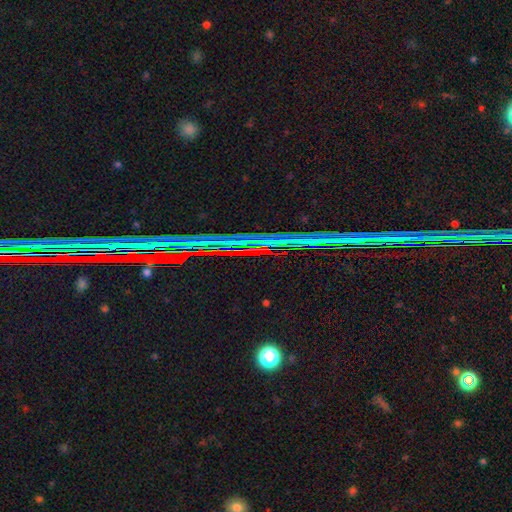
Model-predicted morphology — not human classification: type=star or artifact (77%).